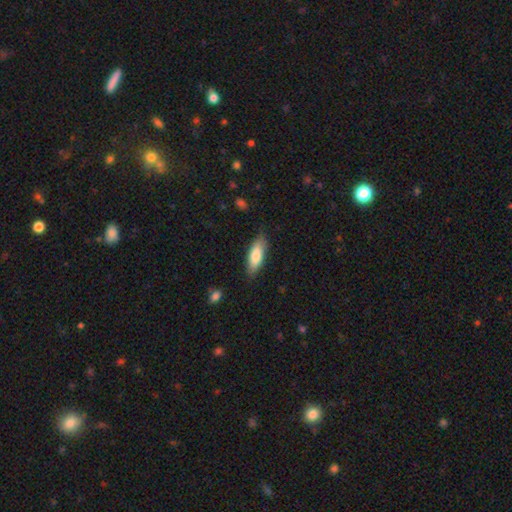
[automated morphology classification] A smooth galaxy with no disk features (81%) that is in between round and cigar-shaped (66%). Merging: none (80%).